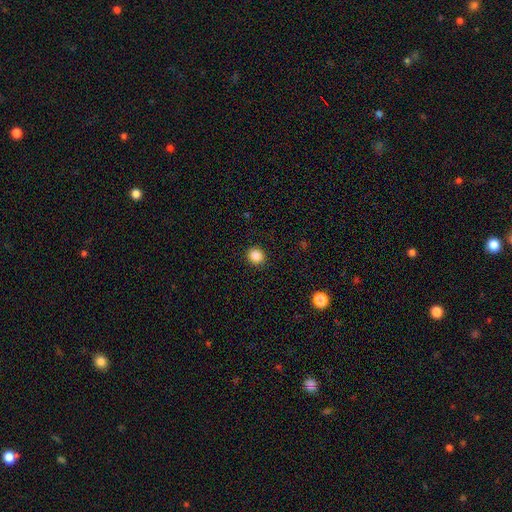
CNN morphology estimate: A smooth galaxy with no disk features (87%) that is round (88%).

Vote fractions:
- Smooth or featured? smooth: 87% / star or artifact: 10% / featured or disk: 3%
- How rounded? round: 88% / in between: 12% / cigar-shaped: 1%
- Merging? none: 91% / minor disturbance: 6% / major disturbance: 2% / merger: 1%